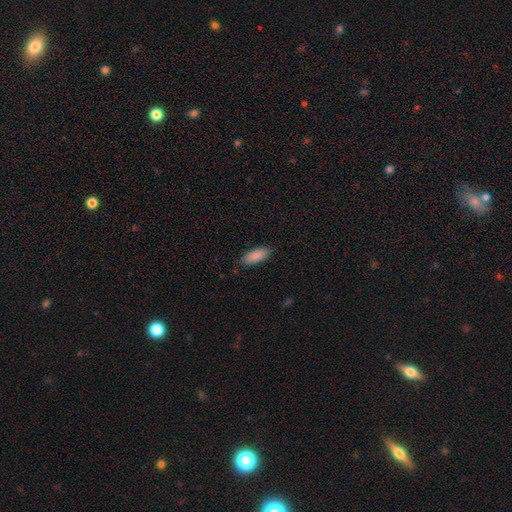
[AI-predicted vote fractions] Overall: smooth (89%). How rounded: in between (78%). Merging: none (84%).